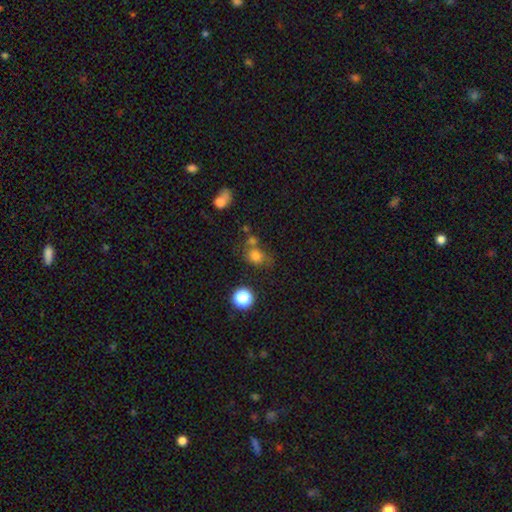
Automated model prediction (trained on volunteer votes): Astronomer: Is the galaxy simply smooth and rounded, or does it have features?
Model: smooth — 74%.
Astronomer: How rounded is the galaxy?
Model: round — 66%.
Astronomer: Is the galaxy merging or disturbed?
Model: none — 51%.